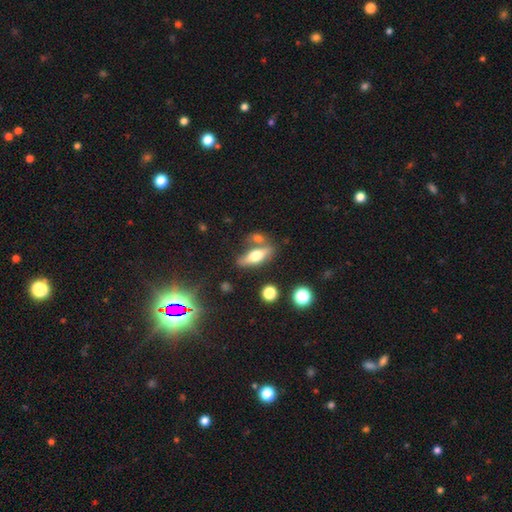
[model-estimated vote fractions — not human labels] smooth_or_featured: smooth (p=0.49) [alt: featured or disk p=0.43]
merging: none (p=0.64) [alt: merger p=0.19]